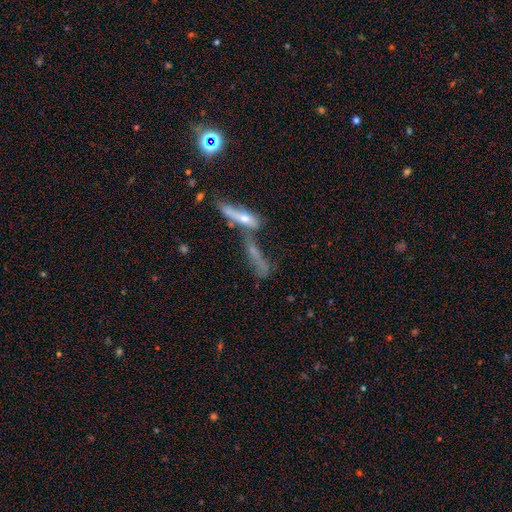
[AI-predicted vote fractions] smooth_or_featured: featured or disk (p=0.48) [alt: smooth p=0.34]
merging: merger (p=0.54) [alt: none p=0.24]